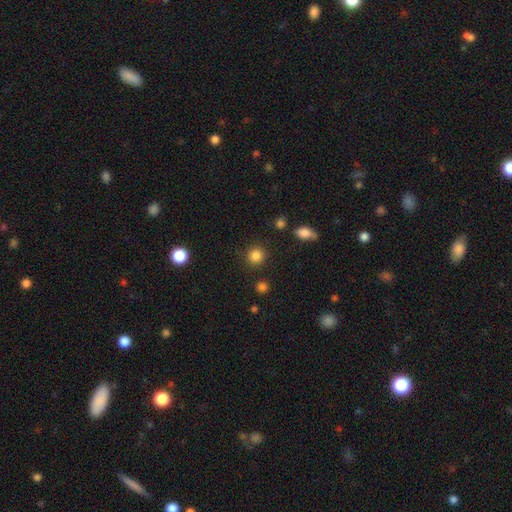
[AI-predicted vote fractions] A smooth galaxy with no disk features (85%) that is round (91%). Merging: none (88%).